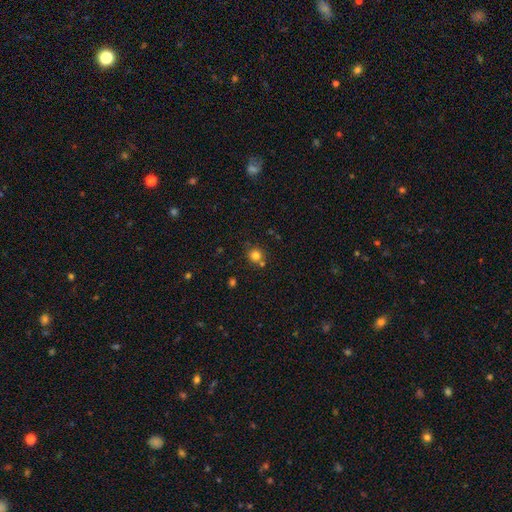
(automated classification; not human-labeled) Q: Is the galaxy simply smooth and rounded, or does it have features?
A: smooth — 80%.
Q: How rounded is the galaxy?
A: round — 90%.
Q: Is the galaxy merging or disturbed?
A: none — 71%.